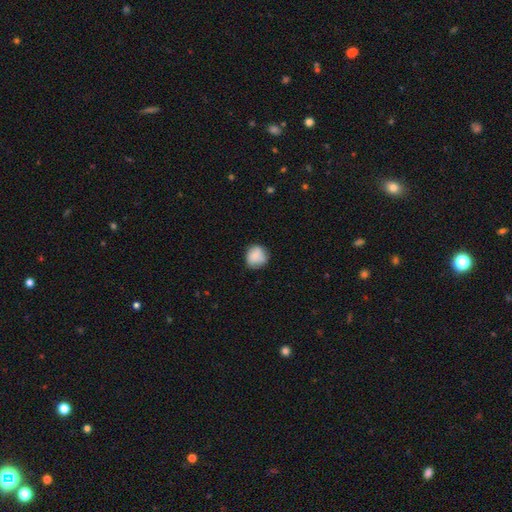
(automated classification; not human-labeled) smooth_or_featured: smooth (p=0.83) [alt: featured or disk p=0.09]
how_rounded: round (p=0.82) [alt: in between p=0.17]
merging: none (p=0.70) [alt: minor disturbance p=0.23]